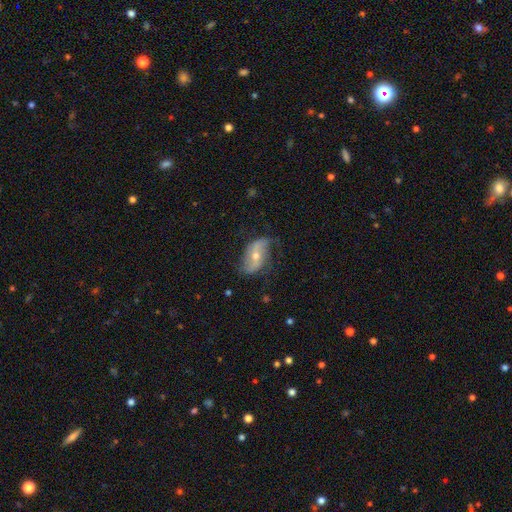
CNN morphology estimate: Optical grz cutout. It shows a featured or disk galaxy (72%) with no bar (46%), 2 (85%) loose (66%) spiral arms (86%) and a moderate central bulge (51%). Merging: none (65%).